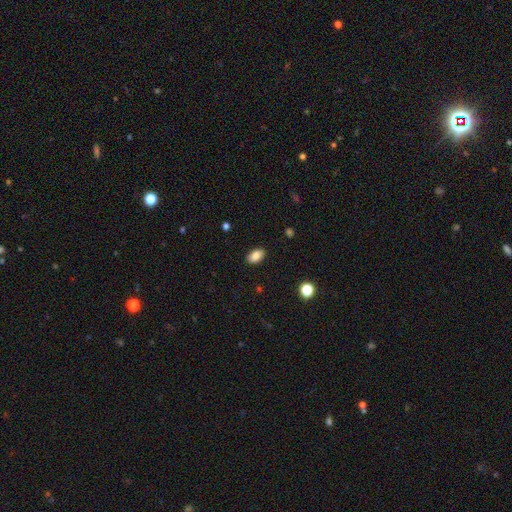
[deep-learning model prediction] smooth 87%, star or artifact 8%, featured or disk 5%. Down the decision tree: how rounded — in between (92%); merging — none (88%).